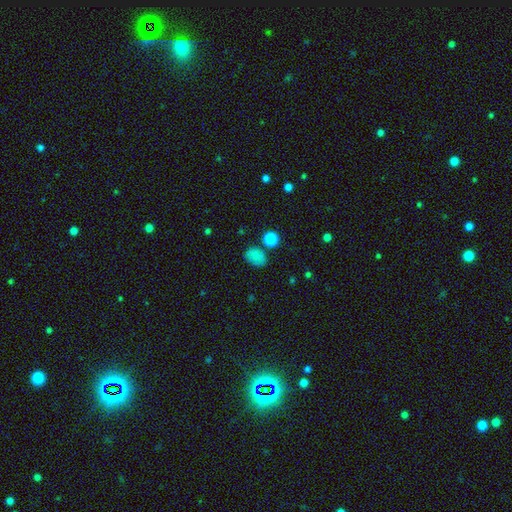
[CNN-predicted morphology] Q: Smooth or featured?
A: smooth (81%); runner-up: star or artifact (13%)
Q: How rounded?
A: in between (74%); runner-up: round (25%)
Q: Merging?
A: none (71%); runner-up: minor disturbance (17%)